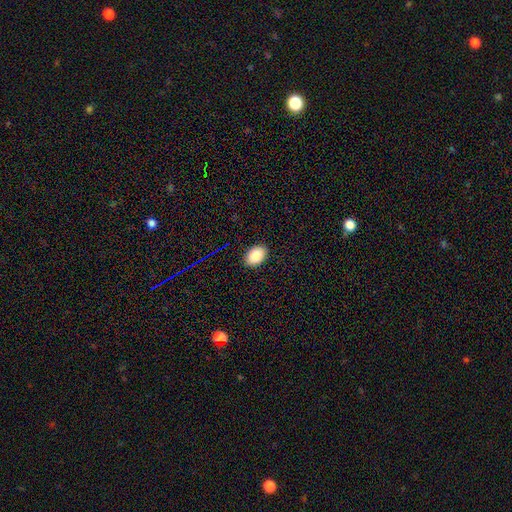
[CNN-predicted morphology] Q: Smooth or featured?
A: smooth (87%); runner-up: star or artifact (8%)
Q: How rounded?
A: in between (84%); runner-up: round (15%)
Q: Merging?
A: none (90%); runner-up: minor disturbance (7%)